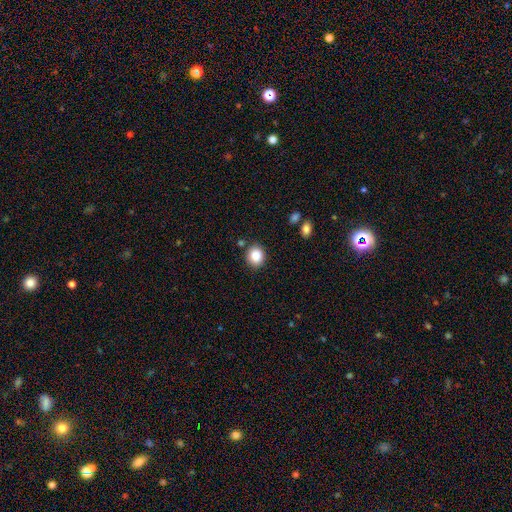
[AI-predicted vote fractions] smooth_or_featured: smooth (p=0.87) [alt: star or artifact p=0.09]
how_rounded: round (p=0.72) [alt: in between p=0.27]
merging: none (p=0.85) [alt: minor disturbance p=0.09]